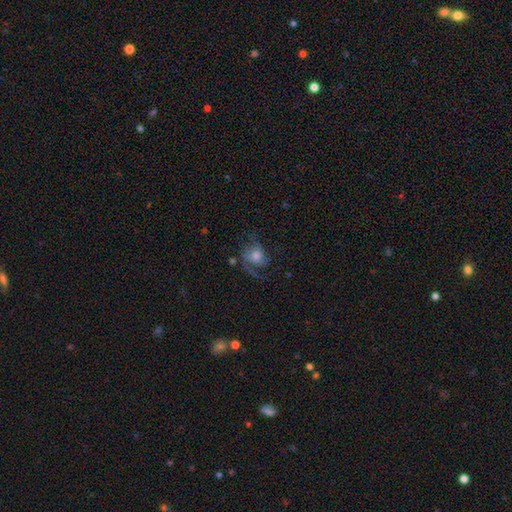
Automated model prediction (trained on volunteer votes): A featured or disk galaxy (62%) with no bar (74%), 2 (50%) medium (42%) spiral arms (87%) and a moderate central bulge (55%).

Vote fractions:
- Smooth or featured? featured or disk: 62% / smooth: 28% / star or artifact: 11%
- Edge-on disk? no: 97% / yes: 3%
- Bar? no: 74% / weak: 22% / strong: 4%
- Spiral arms? yes: 87% / no: 13%
- Spiral winding? medium: 42% / loose: 40% / tight: 18%
- Spiral arm count? 2: 50% / 1: 28% / can't tell: 12% / 3: 6% / 4: 2% / more than 4: 2%
- Bulge size? moderate: 55% / small: 22% / large: 16% / none: 4% / dominant: 3%
- Merging? none: 52% / major disturbance: 26% / minor disturbance: 19% / merger: 3%